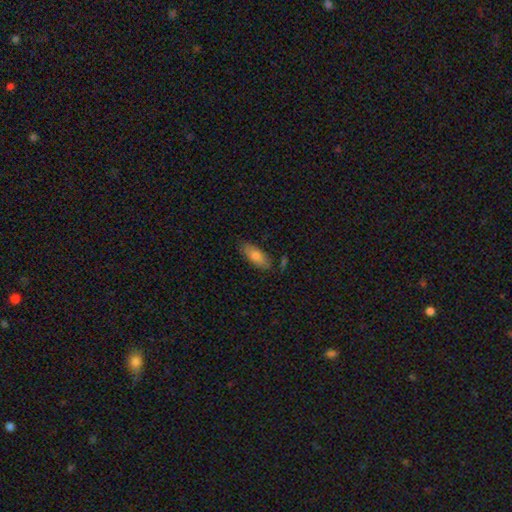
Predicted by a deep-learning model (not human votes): Morphology: type=smooth (76%); roundness=in between (83%); merging=none (79%).